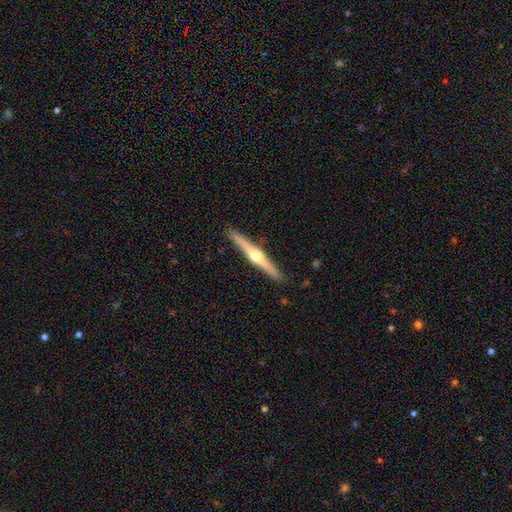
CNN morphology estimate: type=featured or disk (76%); edge-on=yes (98%); edge-on bulge=rounded (94%); merging=none (91%).